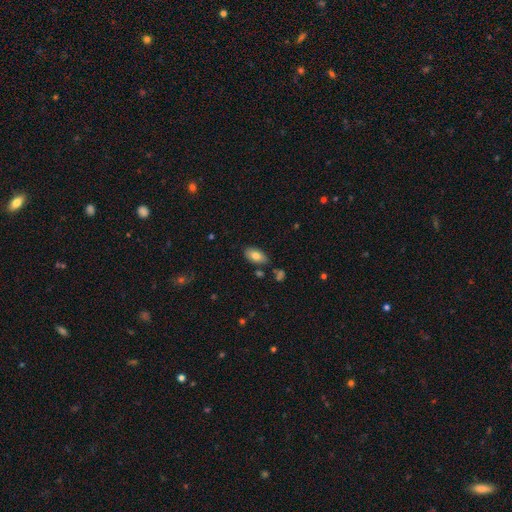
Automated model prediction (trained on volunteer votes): Morphology: type=smooth (80%); roundness=in between (93%); merging=none (77%).